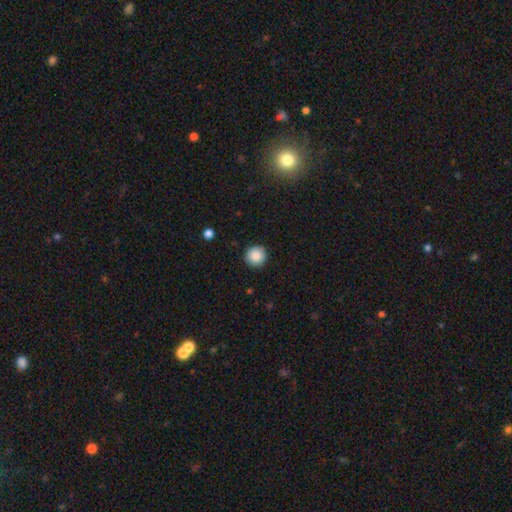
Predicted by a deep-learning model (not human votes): smooth 88%, star or artifact 8%, featured or disk 3%. Down the decision tree: how rounded — round (96%); merging — none (91%).